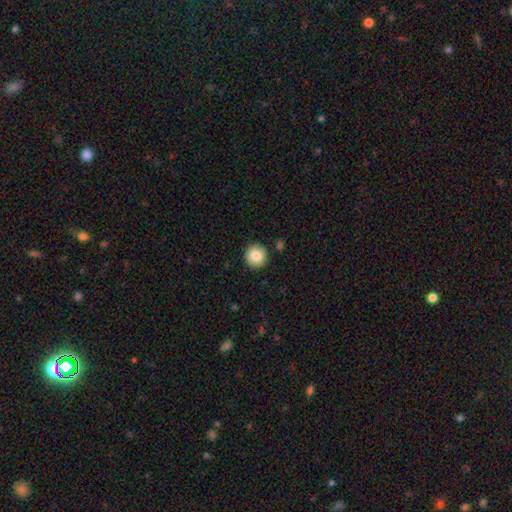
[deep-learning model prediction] The model was most divided on "smooth or featured": smooth: 85%, star or artifact: 8%, featured or disk: 6%. More confident: how rounded — round (93%); merging — none (90%).